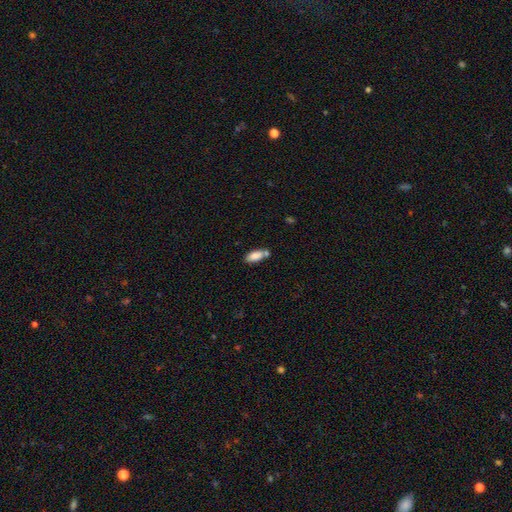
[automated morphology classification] Smooth or featured: smooth — 84% (featured or disk — 8%)
How rounded: in between — 84% (cigar-shaped — 14%)
Merging: none — 56% (merger — 24%)